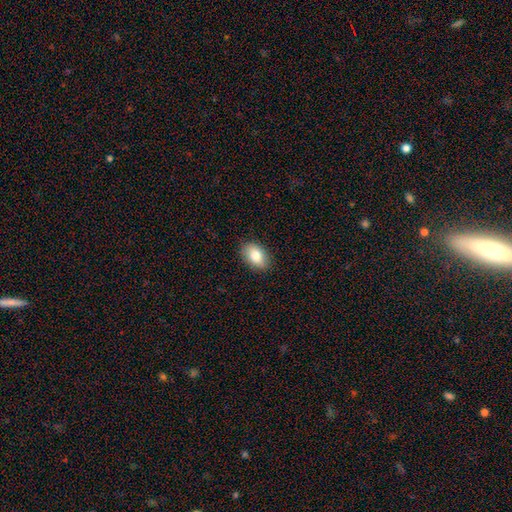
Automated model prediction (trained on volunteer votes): A smooth galaxy with no disk features (81%) that is in between round and cigar-shaped (89%).

Vote fractions:
- Smooth or featured? smooth: 81% / featured or disk: 11% / star or artifact: 7%
- How rounded? in between: 89% / round: 10% / cigar-shaped: 1%
- Merging? none: 87% / minor disturbance: 9% / major disturbance: 2% / merger: 1%